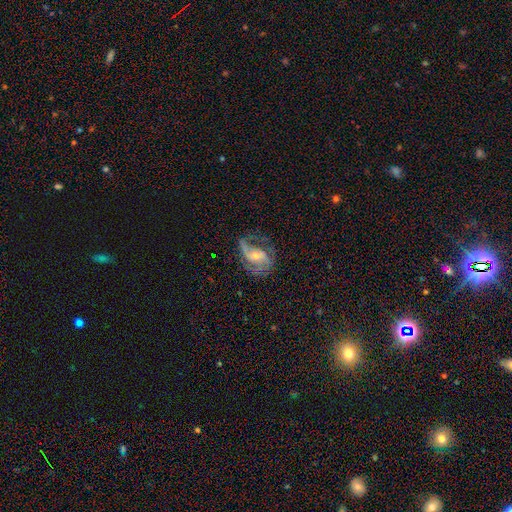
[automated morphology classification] The model was most divided on "spiral winding": medium: 43%, loose: 40%, tight: 17%. Remaining: edge-on disk — no (97%); spiral arms — yes (93%); smooth or featured — featured or disk (81%); spiral arm count — 2 (67%); bulge size — small (57%); merging — none (53%); bar — no (49%).